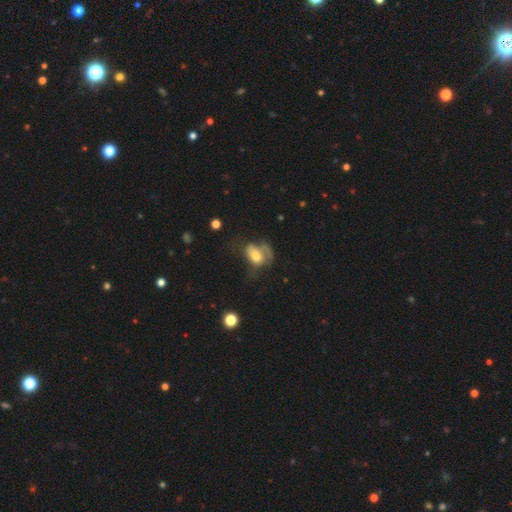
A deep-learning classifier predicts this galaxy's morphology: type=smooth (56%); roundness=in between (73%); merging=major disturbance (47%).